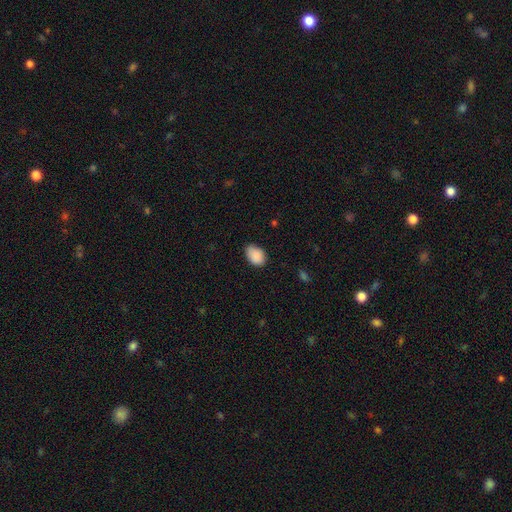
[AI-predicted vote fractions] A smooth galaxy with no disk features (89%) that is in between round and cigar-shaped (81%). Merging: none (71%).